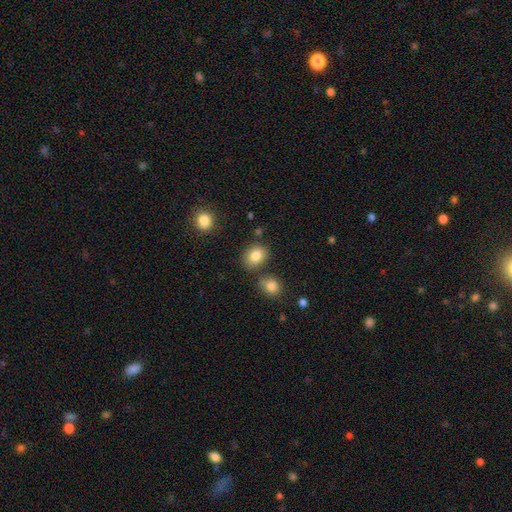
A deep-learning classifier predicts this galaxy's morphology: Smooth or featured: smooth — 83% (star or artifact — 9%)
How rounded: in between — 54% (round — 45%)
Merging: none — 75% (minor disturbance — 13%)